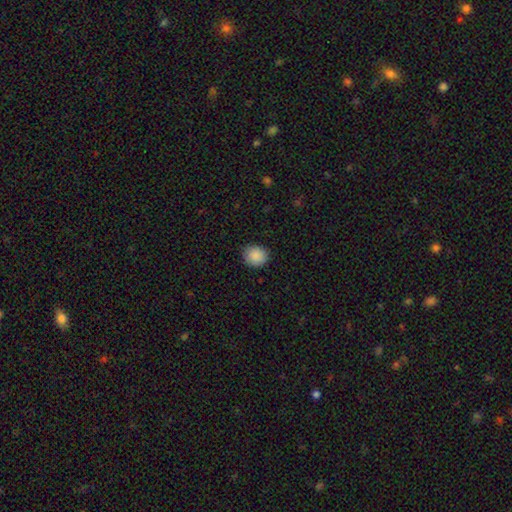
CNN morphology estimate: Smooth or featured? Predicted: smooth (p=0.89). How rounded? Predicted: round (p=0.78). Merging? Predicted: none (p=0.86).